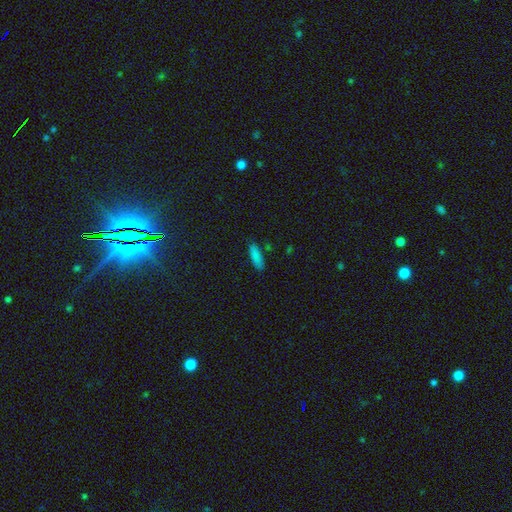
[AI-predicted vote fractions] This appears to be a smooth galaxy with no disk features (84%) that is cigar-shaped (52%). Merging: none (84%).